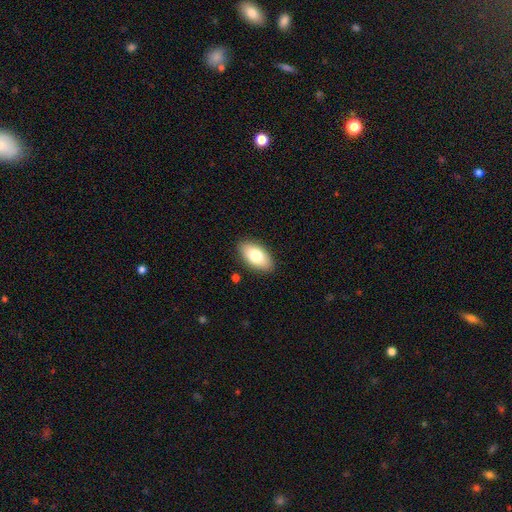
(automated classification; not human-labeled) Smooth or featured?
  - smooth: 78% *
  - featured or disk: 15%
  - star or artifact: 7%
How rounded?
  - in between: 94% *
  - round: 3%
  - cigar-shaped: 3%
Merging?
  - none: 88% *
  - minor disturbance: 9%
  - major disturbance: 2%
  - merger: 1%